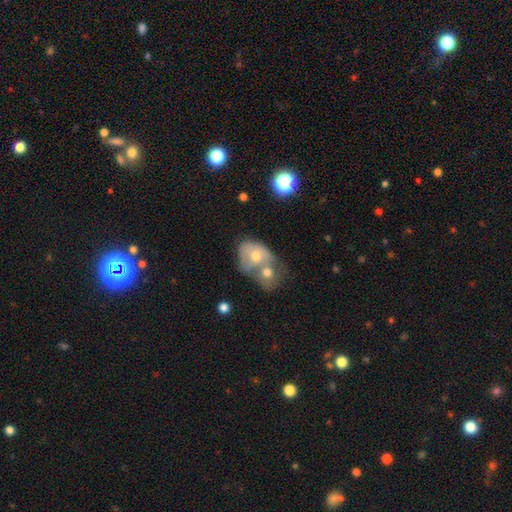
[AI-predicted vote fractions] smooth-or-featured: smooth: 57% | featured or disk: 35% | star or artifact: 9%
  how-rounded: in between: 56% | round: 42% | cigar-shaped: 1%
  merging: merger: 73% | none: 13% | minor disturbance: 8% | major disturbance: 6%